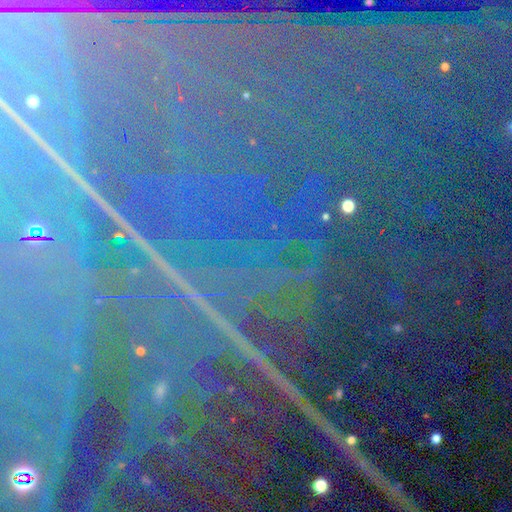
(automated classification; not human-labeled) Smooth or featured: star or artifact — 88% (featured or disk — 7%)